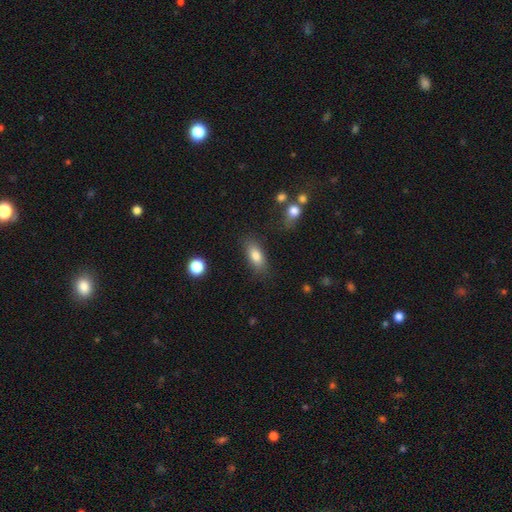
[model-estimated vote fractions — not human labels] Overall: smooth (81%). How rounded: in between (82%). Merging: none (81%).